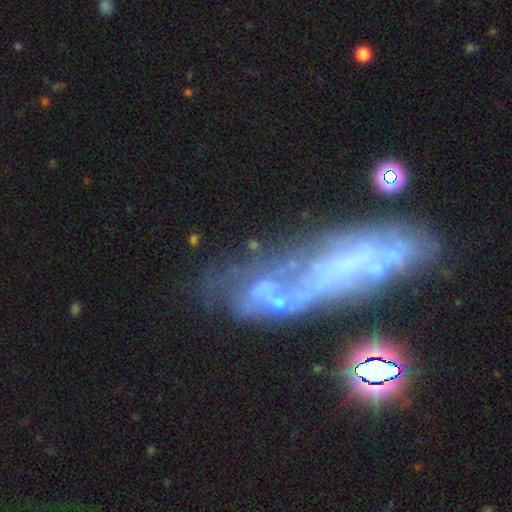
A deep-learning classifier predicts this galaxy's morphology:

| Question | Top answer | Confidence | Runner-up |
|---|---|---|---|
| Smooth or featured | featured or disk | 59% | smooth (24%) |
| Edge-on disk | no | 78% | yes (22%) |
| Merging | none | 39% | major disturbance (27%) |